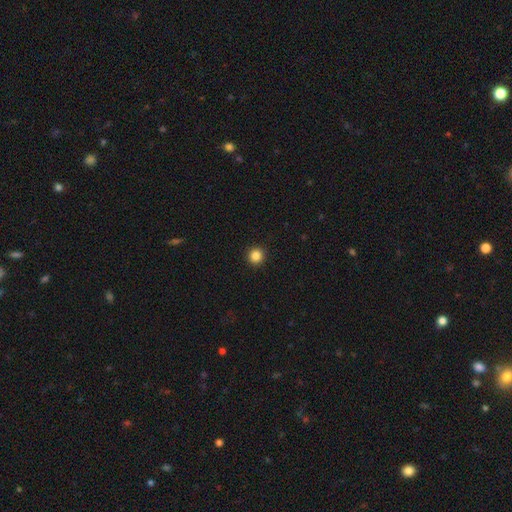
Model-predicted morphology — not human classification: A smooth galaxy with no disk features (86%) that is round (95%).

Vote fractions:
- Smooth or featured? smooth: 86% / star or artifact: 11% / featured or disk: 3%
- How rounded? round: 95% / in between: 4% / cigar-shaped: 1%
- Merging? none: 93% / minor disturbance: 4% / major disturbance: 1% / merger: 1%